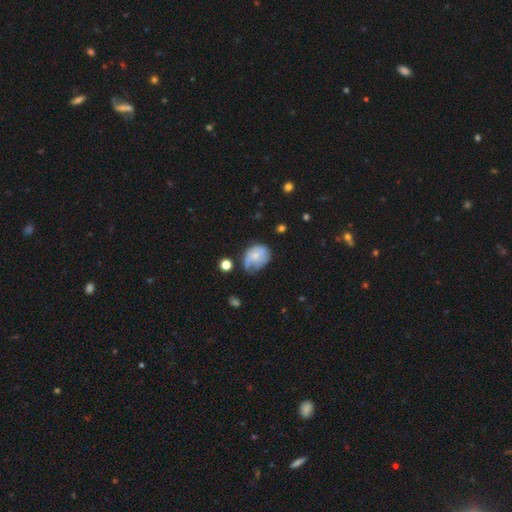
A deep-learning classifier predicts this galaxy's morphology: smooth_or_featured: smooth (p=0.50) [alt: featured or disk p=0.41]
merging: minor disturbance (p=0.34) [alt: none p=0.30]